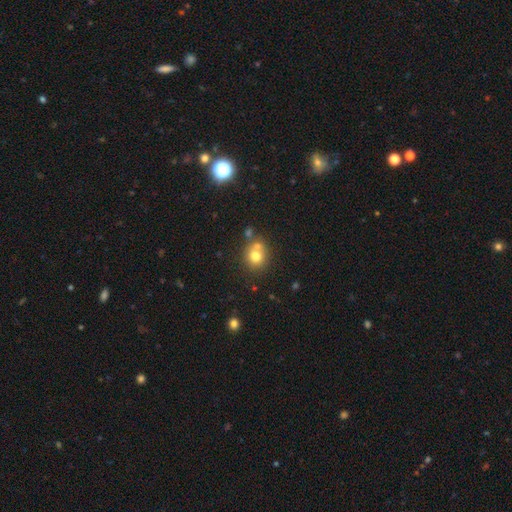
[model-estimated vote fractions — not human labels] Smooth or featured? Predicted: smooth (p=0.74). How rounded? Predicted: round (p=0.82). Merging? Predicted: none (p=0.54).